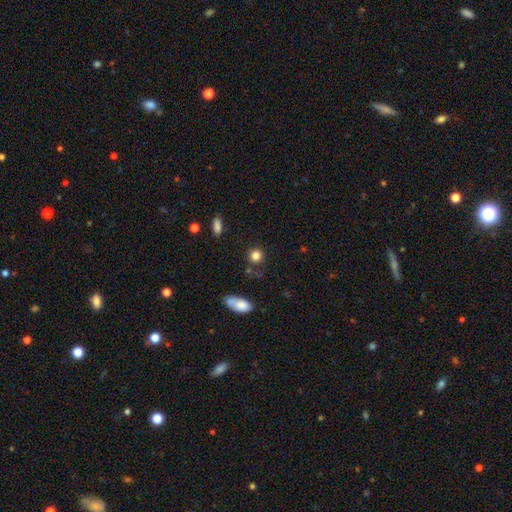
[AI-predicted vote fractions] A smooth galaxy with no disk features (83%) that is round (88%). Merging: none (78%).